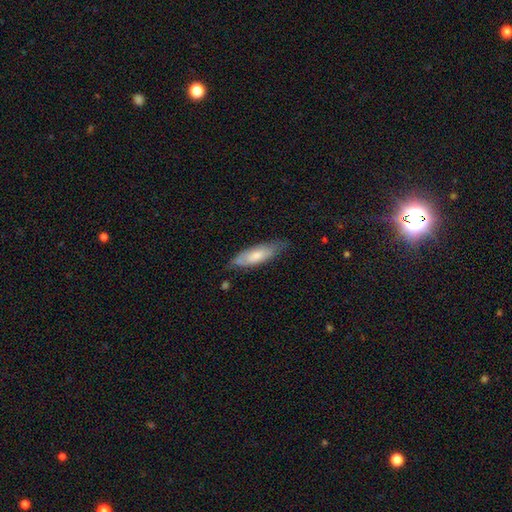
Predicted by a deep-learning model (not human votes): Overall: smooth (60%; featured or disk 34%). How rounded: in between (56%; cigar-shaped 43%). Merging: none (66%).